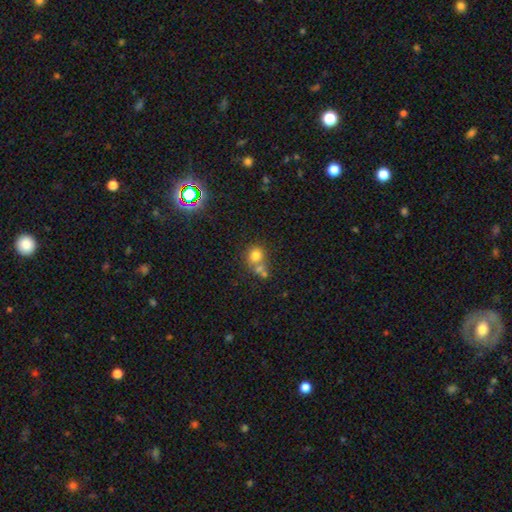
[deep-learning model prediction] Morphology: type=smooth (76%); roundness=round (80%); merging=none (44%).